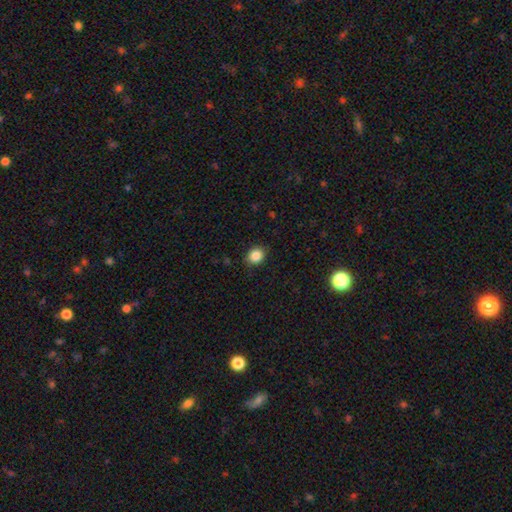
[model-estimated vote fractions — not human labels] smooth-or-featured: smooth: 86% | star or artifact: 10% | featured or disk: 4%
  how-rounded: round: 63% | in between: 36% | cigar-shaped: 1%
  merging: none: 87% | minor disturbance: 10% | major disturbance: 2% | merger: 1%